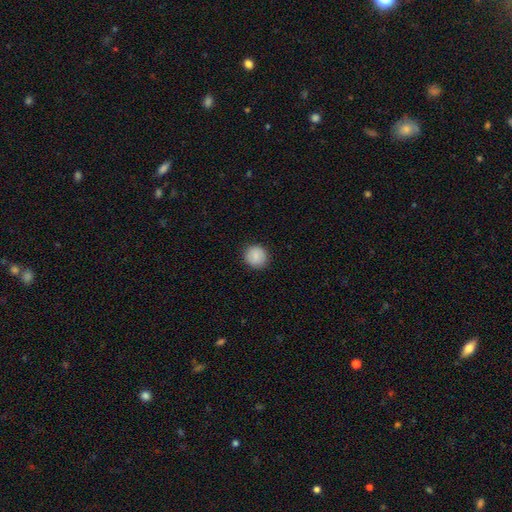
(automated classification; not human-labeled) A smooth galaxy with no disk features (88%) that is round (93%). Merging: none (91%).